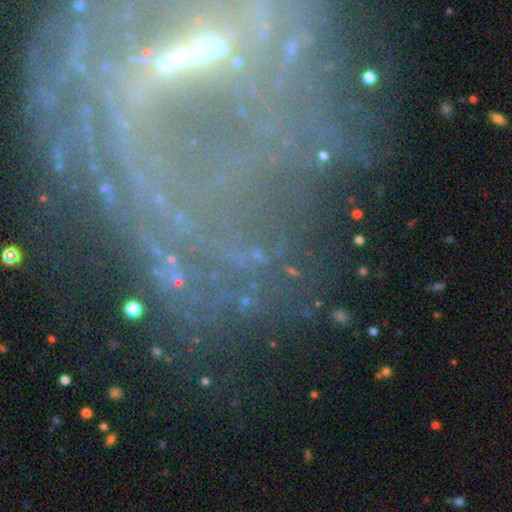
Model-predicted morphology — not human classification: Q: Smooth or featured?
A: star or artifact (67%); runner-up: smooth (17%)